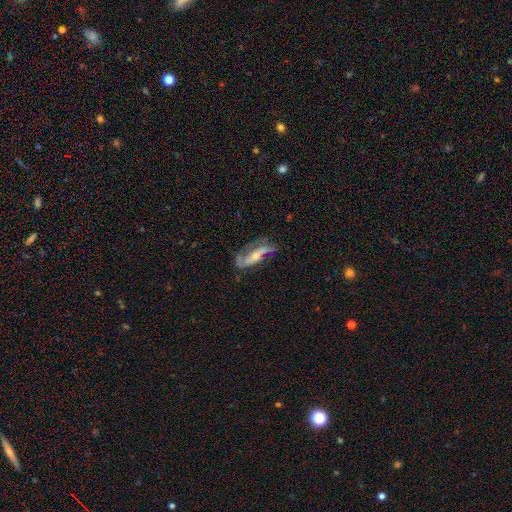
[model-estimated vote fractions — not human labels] Morphology: type=featured or disk (78%); edge-on=no (86%); bar=no (43%); spiral arms=yes (90%); winding=loose (46%); arm count=2 (83%); bulge=moderate (49%); merging=none (59%).